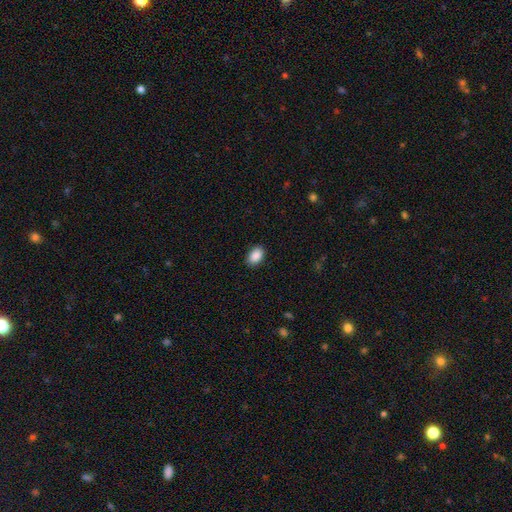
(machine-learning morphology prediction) Overall: smooth (90%). How rounded: in between (88%). Merging: none (88%).